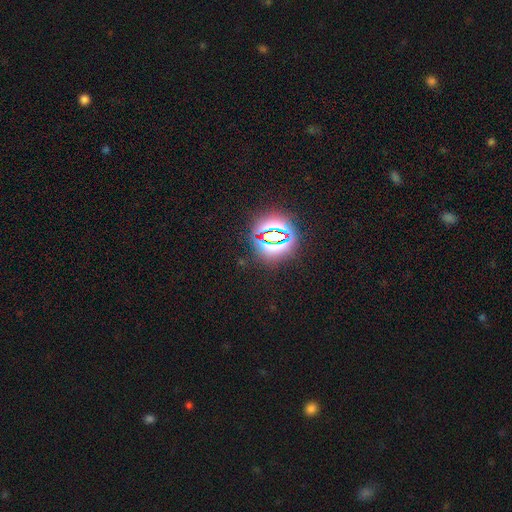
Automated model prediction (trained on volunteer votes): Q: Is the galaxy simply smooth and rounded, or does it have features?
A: star or artifact — 83%.